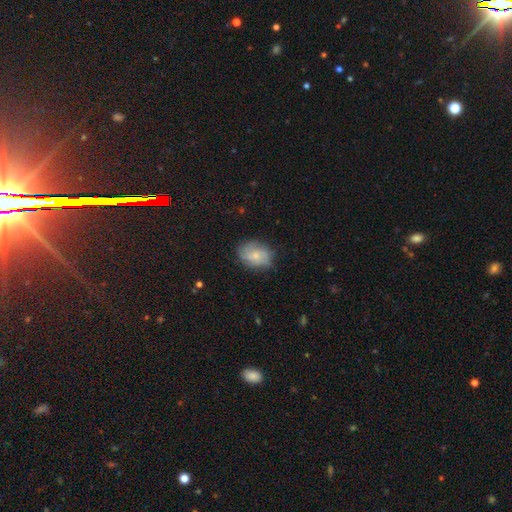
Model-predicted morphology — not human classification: featured or disk 48%, smooth 44%, star or artifact 8%. Down the decision tree: merging — none (74%).